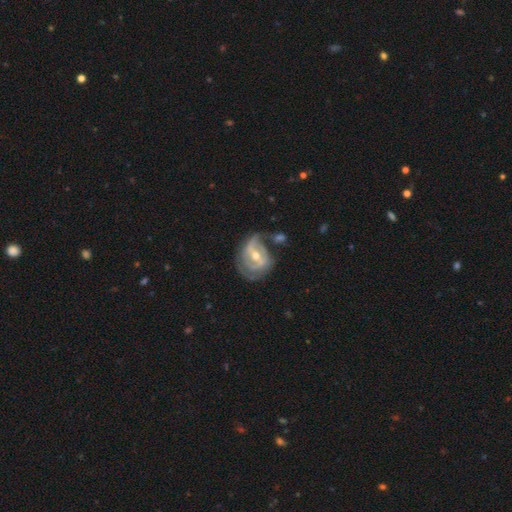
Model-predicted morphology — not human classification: A featured or disk galaxy (82%) with a weak bar (45%), 2 (54%) tight (44%) spiral arms (87%) and a moderate central bulge (63%). Merging: none (48%).